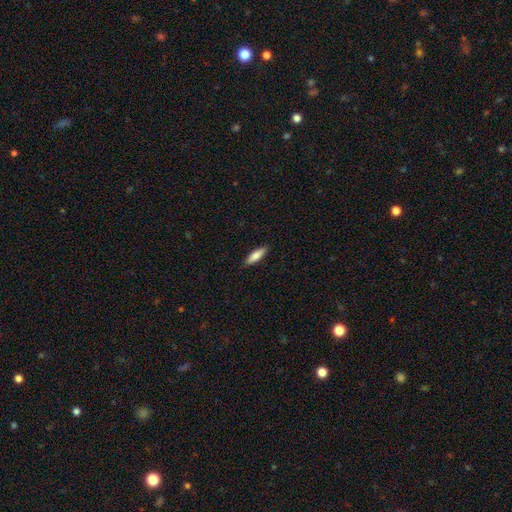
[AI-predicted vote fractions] smooth-or-featured: smooth: 79% | featured or disk: 16% | star or artifact: 6%
  how-rounded: cigar-shaped: 59% | in between: 40% | round: 2%
  merging: none: 89% | minor disturbance: 9% | major disturbance: 2% | merger: 1%